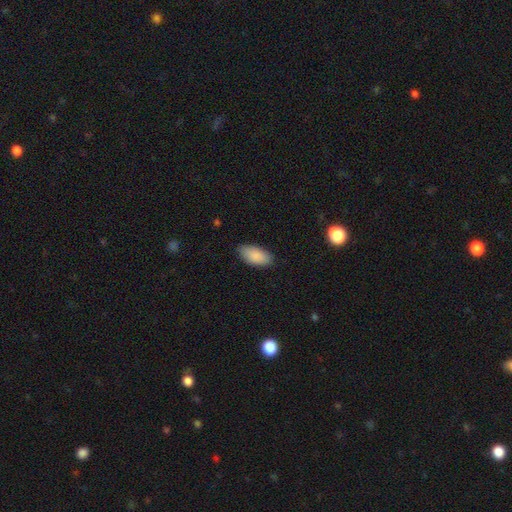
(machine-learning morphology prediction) The model was most divided on "merging": none: 84%, minor disturbance: 13%, major disturbance: 2%, merger: 1%. More confident: how rounded — in between (93%); smooth or featured — smooth (89%).